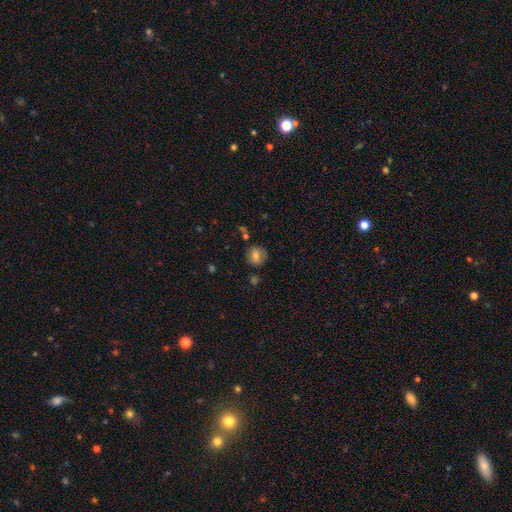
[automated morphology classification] Smooth or featured?
  - smooth: 74% *
  - featured or disk: 15%
  - star or artifact: 10%
How rounded?
  - round: 81% *
  - in between: 18%
  - cigar-shaped: 1%
Merging?
  - none: 77% *
  - minor disturbance: 15%
  - merger: 4%
  - major disturbance: 4%